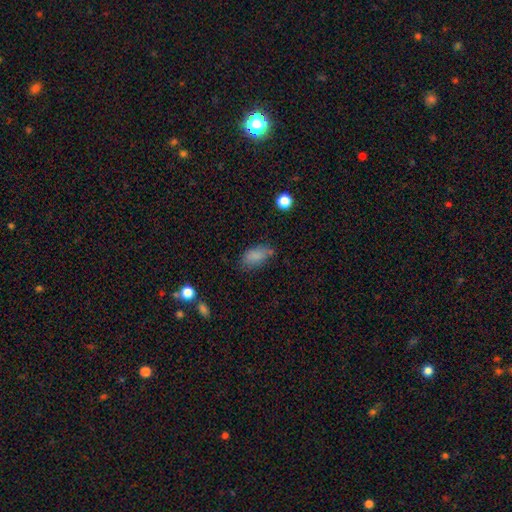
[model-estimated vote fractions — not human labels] Smooth or featured: smooth — 82% (star or artifact — 10%)
How rounded: in between — 90% (cigar-shaped — 5%)
Merging: none — 61% (minor disturbance — 26%)